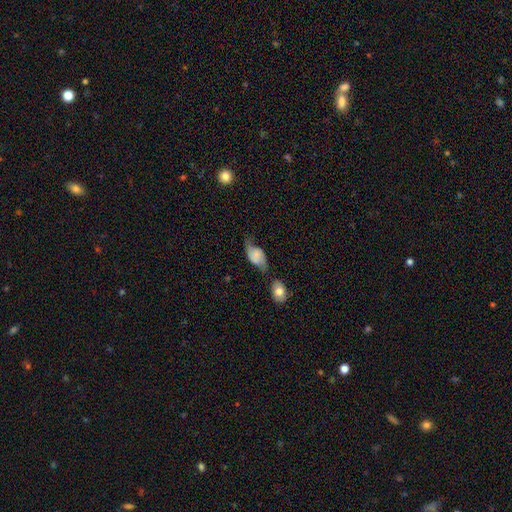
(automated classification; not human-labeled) A featured or disk galaxy (54%).

Vote fractions:
- Smooth or featured? featured or disk: 54% / smooth: 38% / star or artifact: 9%
- Edge-on disk? no: 93% / yes: 7%
- Merging? none: 42% / minor disturbance: 27% / major disturbance: 16% / merger: 14%